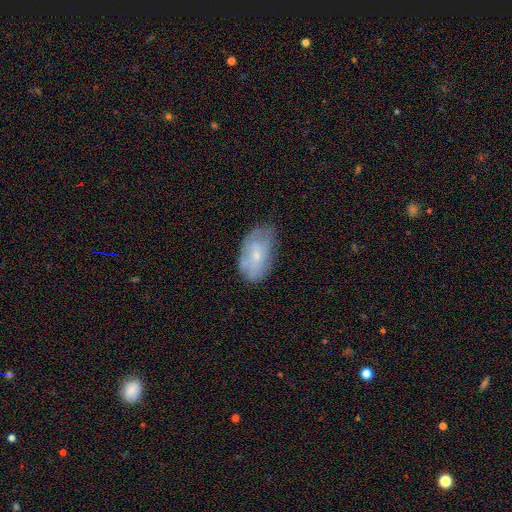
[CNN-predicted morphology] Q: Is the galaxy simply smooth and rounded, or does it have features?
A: smooth — 57%.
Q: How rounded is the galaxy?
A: in between — 92%.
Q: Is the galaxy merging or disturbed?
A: none — 59%.